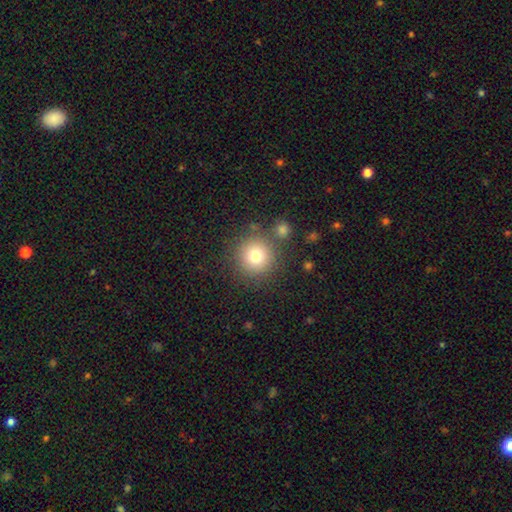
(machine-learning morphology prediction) smooth-or-featured: smooth: 76% | star or artifact: 14% | featured or disk: 10%
  how-rounded: round: 95% | in between: 4% | cigar-shaped: 1%
  merging: none: 81% | minor disturbance: 8% | merger: 8% | major disturbance: 4%